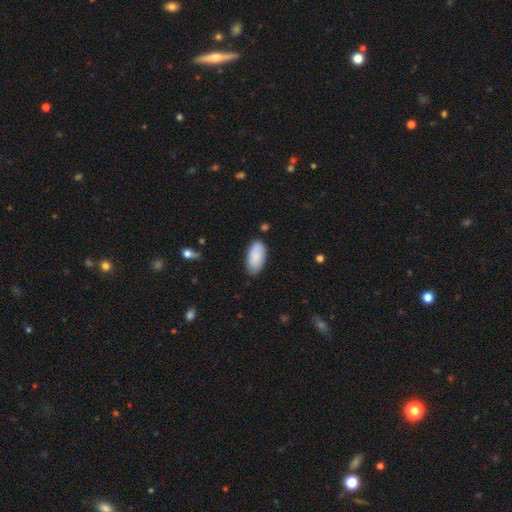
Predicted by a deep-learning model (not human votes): smooth_or_featured: smooth (p=0.86) [alt: featured or disk p=0.08]
how_rounded: in between (p=0.93) [alt: cigar-shaped p=0.05]
merging: none (p=0.76) [alt: minor disturbance p=0.19]